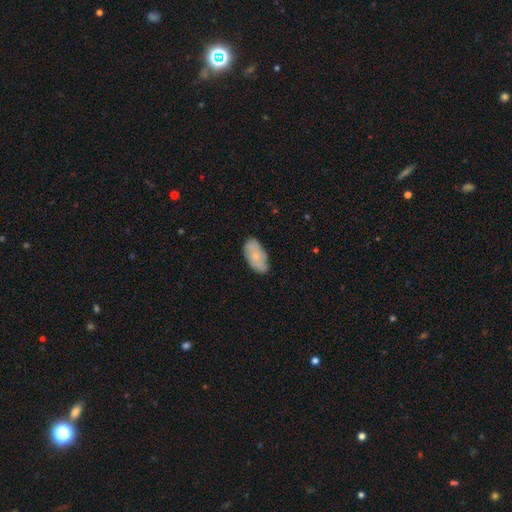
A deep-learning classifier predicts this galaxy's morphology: Smooth or featured? Predicted: smooth (p=0.62). How rounded? Predicted: in between (p=0.93). Merging? Predicted: none (p=0.75).